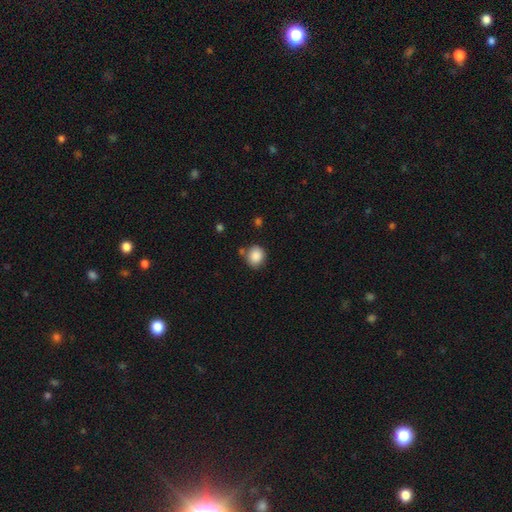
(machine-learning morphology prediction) Smooth or featured?
  - smooth: 88% *
  - star or artifact: 8%
  - featured or disk: 4%
How rounded?
  - round: 71% *
  - in between: 28%
  - cigar-shaped: 1%
Merging?
  - none: 76% *
  - minor disturbance: 14%
  - merger: 7%
  - major disturbance: 4%